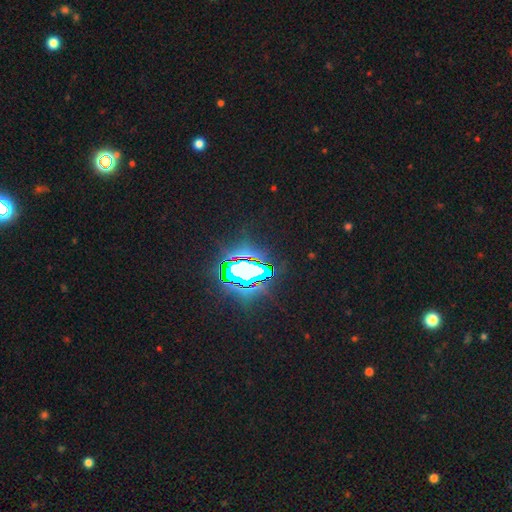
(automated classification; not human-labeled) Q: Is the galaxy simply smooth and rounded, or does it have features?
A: star or artifact — 85%.